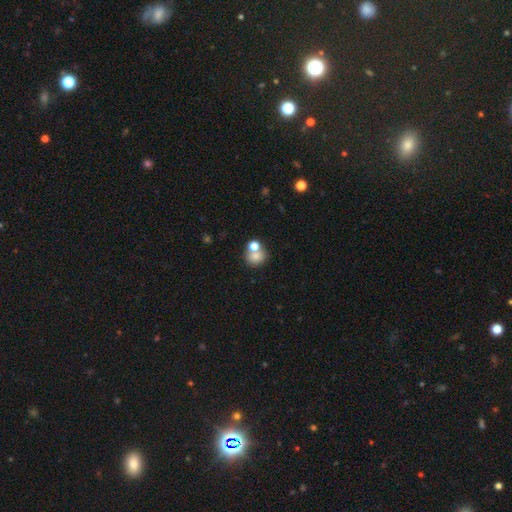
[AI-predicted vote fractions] This appears to be a smooth galaxy with no disk features (77%) that is round (71%). Merging: none (49%).